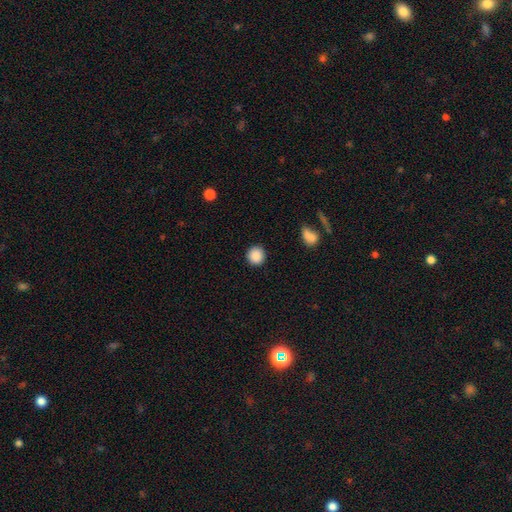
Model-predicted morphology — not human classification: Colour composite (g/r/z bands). It shows a smooth galaxy with no disk features (89%) that is round (92%). Merging: none (91%).